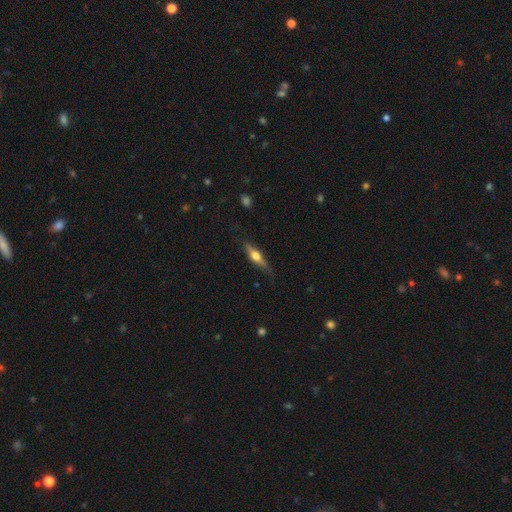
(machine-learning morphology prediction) A featured or disk galaxy (55%) viewed edge-on (94%) with a rounded central bulge (93%).

Vote fractions:
- Smooth or featured? featured or disk: 55% / smooth: 39% / star or artifact: 6%
- Edge-on disk? yes: 94% / no: 6%
- Edge-on bulge? rounded: 93% / boxy: 5% / none: 3%
- Merging? none: 75% / minor disturbance: 19% / major disturbance: 4% / merger: 1%